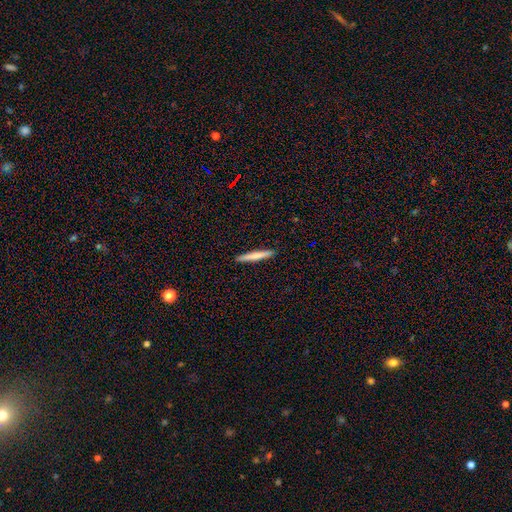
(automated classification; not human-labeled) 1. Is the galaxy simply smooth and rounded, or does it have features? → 71% smooth, 23% featured or disk, 5% star or artifact.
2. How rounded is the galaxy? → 96% cigar-shaped, 3% in between, 1% round.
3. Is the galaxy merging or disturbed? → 92% none, 5% minor disturbance, 1% major disturbance, 1% merger.